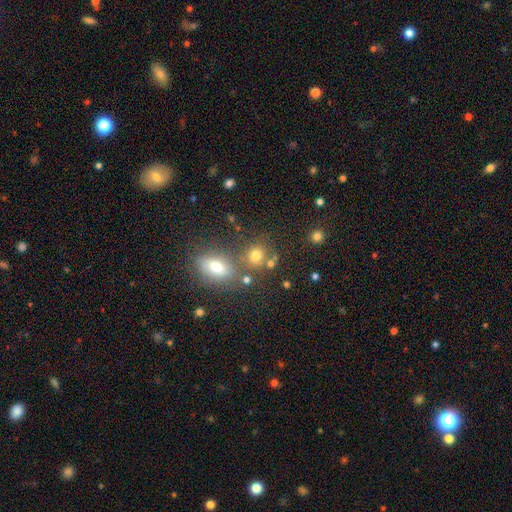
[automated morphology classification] This appears to be a smooth galaxy with no disk features (72%) that is round (68%). Merging: none (62%).